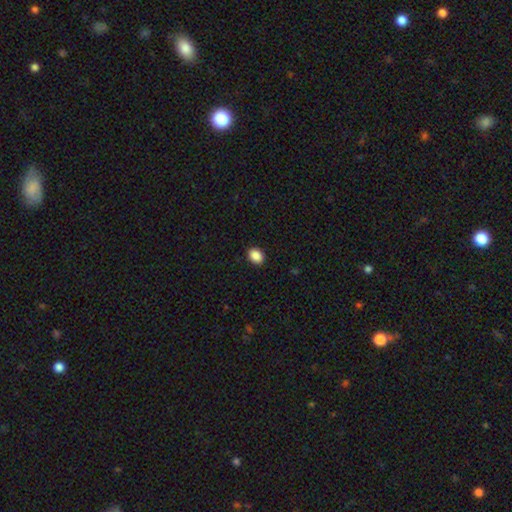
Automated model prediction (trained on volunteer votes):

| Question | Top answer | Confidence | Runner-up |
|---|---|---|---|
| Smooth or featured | smooth | 89% | star or artifact (9%) |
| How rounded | in between | 61% | round (38%) |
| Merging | none | 91% | minor disturbance (7%) |